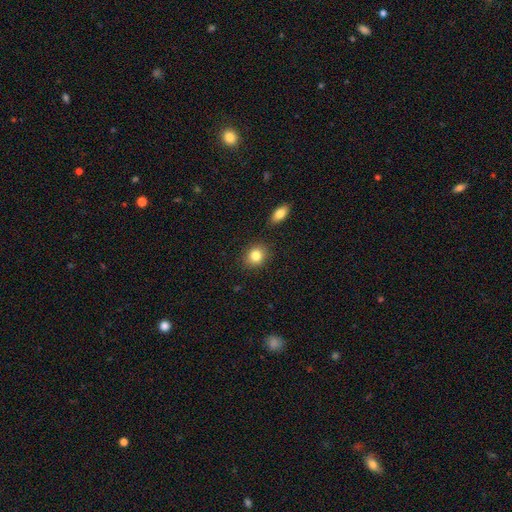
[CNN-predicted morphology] Smooth or featured? smooth (83%)
How rounded? round (68%)
Merging? none (86%)